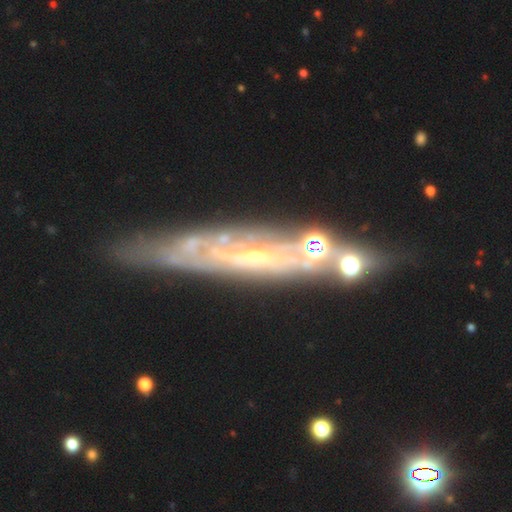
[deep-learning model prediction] Smooth or featured? Predicted: featured or disk (p=0.76). Edge-on disk? Predicted: yes (p=0.55). Merging? Predicted: none (p=0.70).